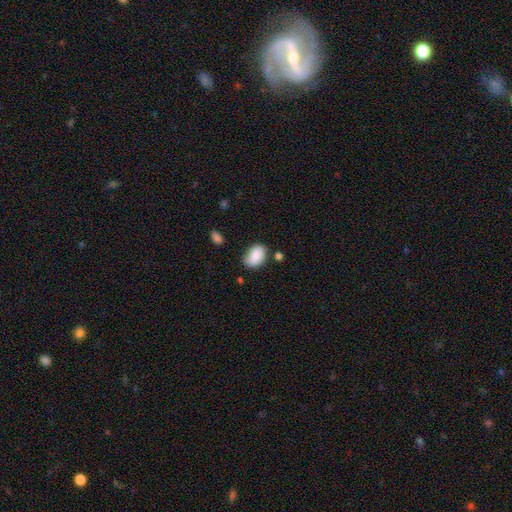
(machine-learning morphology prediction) Smooth or featured? smooth (82%)
How rounded? in between (84%)
Merging? none (69%)